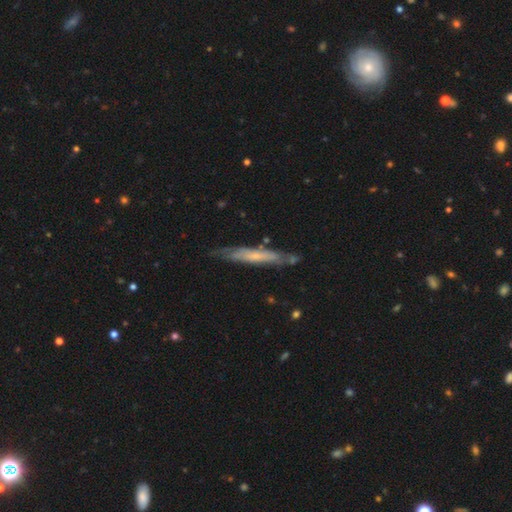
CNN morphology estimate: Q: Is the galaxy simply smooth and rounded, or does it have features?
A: featured or disk — 54%.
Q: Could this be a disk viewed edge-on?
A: yes — 77%.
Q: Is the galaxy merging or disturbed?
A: none — 73%.